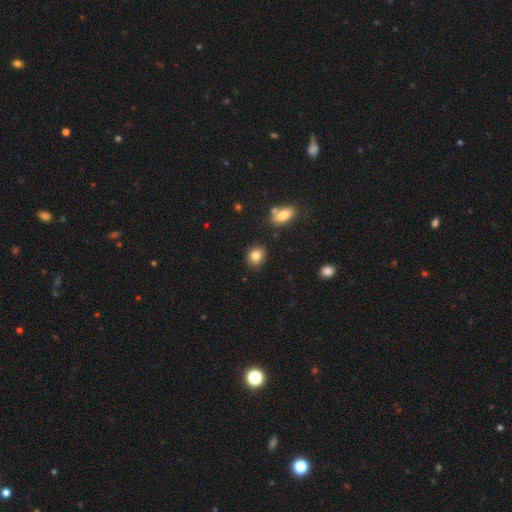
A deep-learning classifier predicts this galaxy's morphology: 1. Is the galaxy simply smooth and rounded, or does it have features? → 83% smooth, 9% star or artifact, 7% featured or disk.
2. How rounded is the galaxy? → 59% round, 40% in between, 1% cigar-shaped.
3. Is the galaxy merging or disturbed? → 84% none, 10% minor disturbance, 3% merger, 2% major disturbance.